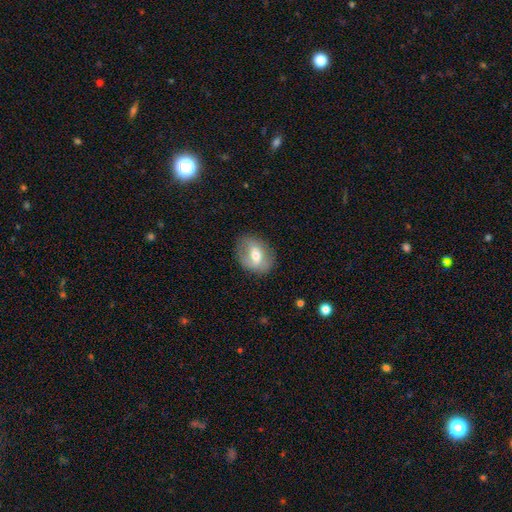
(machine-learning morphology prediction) The model was most divided on "smooth or featured": smooth: 52%, featured or disk: 40%, star or artifact: 8%. More confident: merging — none (74%); how rounded — in between (64%).